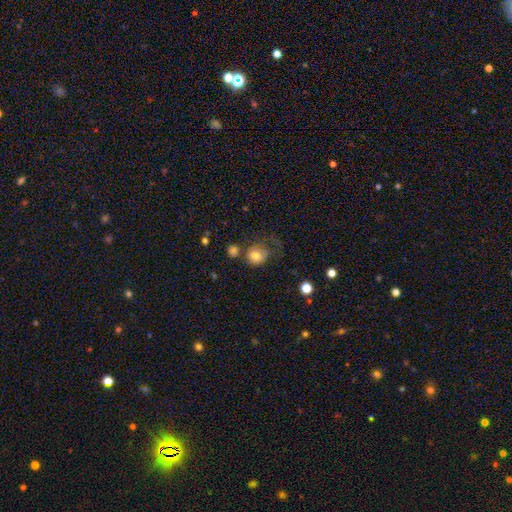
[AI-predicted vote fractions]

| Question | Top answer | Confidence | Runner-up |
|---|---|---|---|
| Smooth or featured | smooth | 78% | featured or disk (12%) |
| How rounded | round | 77% | in between (22%) |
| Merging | none | 40% | major disturbance (25%) |